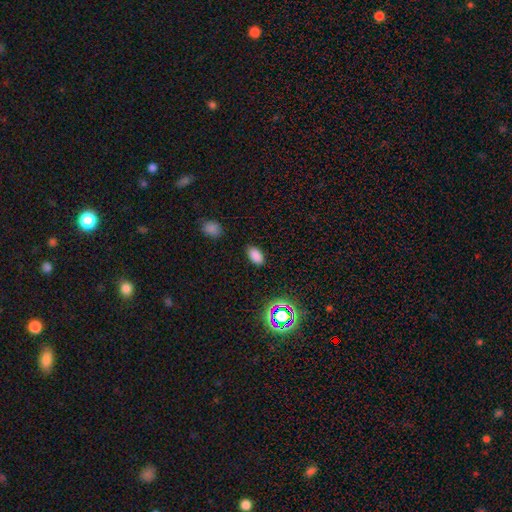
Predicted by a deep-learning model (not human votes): Morphology: type=smooth (82%); roundness=in between (92%); merging=none (87%).